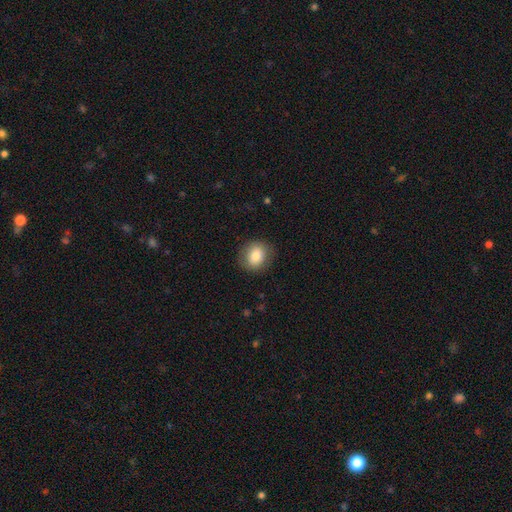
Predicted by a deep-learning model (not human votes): The model was most divided on "how rounded": round: 70%, in between: 29%, cigar-shaped: 1%. More confident: merging — none (84%); smooth or featured — smooth (80%).